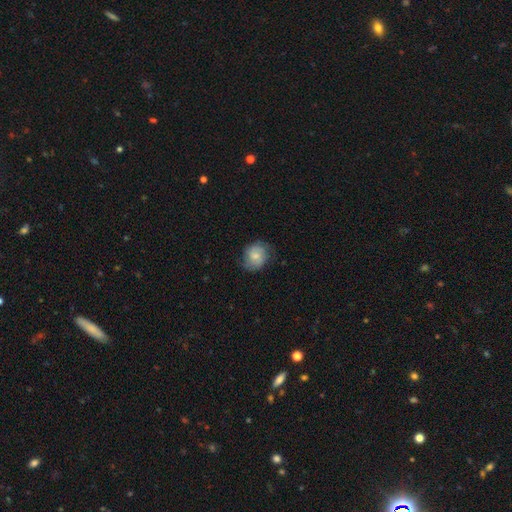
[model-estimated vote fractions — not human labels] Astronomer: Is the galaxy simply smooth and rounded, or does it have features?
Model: smooth — 65%.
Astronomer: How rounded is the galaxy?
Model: round — 70%.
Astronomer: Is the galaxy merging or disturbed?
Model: none — 68%.